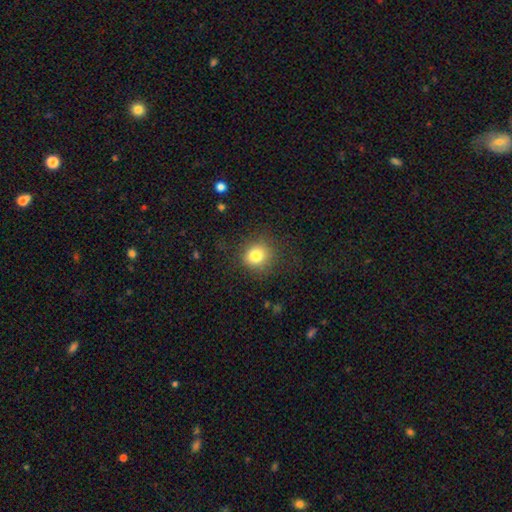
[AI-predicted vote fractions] Smooth or featured?
  - smooth: 81% *
  - star or artifact: 12%
  - featured or disk: 7%
How rounded?
  - round: 88% *
  - in between: 11%
  - cigar-shaped: 1%
Merging?
  - none: 84% *
  - minor disturbance: 10%
  - major disturbance: 5%
  - merger: 1%